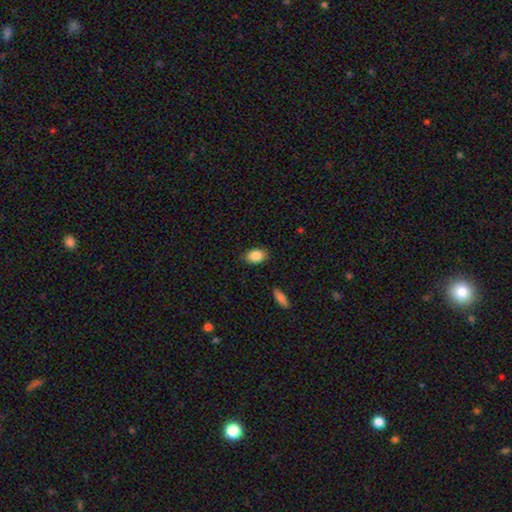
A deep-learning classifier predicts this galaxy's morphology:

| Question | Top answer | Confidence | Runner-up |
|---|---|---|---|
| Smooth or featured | smooth | 87% | star or artifact (8%) |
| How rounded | in between | 80% | round (19%) |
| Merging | none | 86% | minor disturbance (11%) |